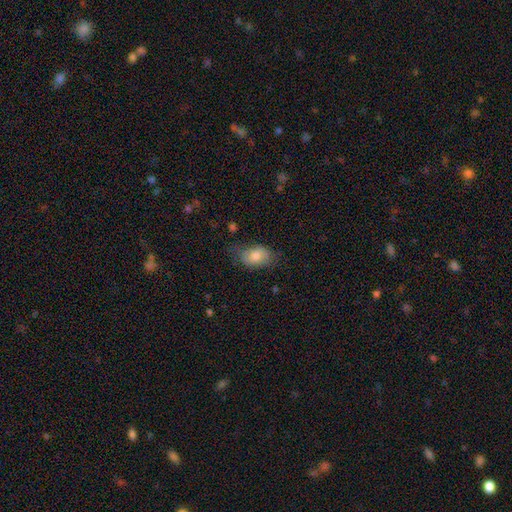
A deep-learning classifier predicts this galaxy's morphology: smooth-or-featured: smooth: 75% | featured or disk: 16% | star or artifact: 8%
  how-rounded: in between: 85% | round: 14% | cigar-shaped: 2%
  merging: none: 64% | minor disturbance: 26% | major disturbance: 9% | merger: 1%